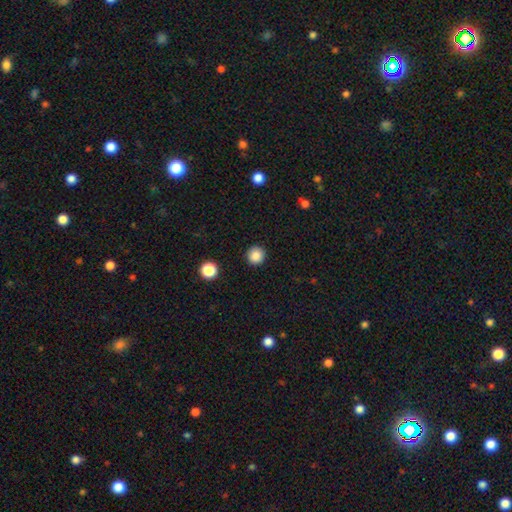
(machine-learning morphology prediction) This is clearly a smooth galaxy (86%). How rounded: clearly round (95%). Merging: clearly none (92%).